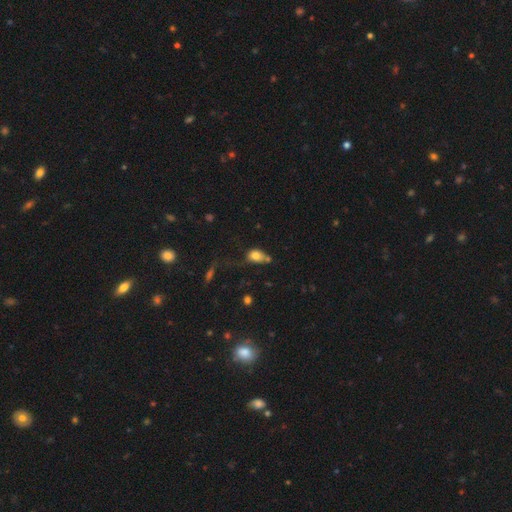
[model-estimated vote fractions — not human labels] Smooth or featured?
  - smooth: 77% *
  - featured or disk: 12%
  - star or artifact: 11%
How rounded?
  - in between: 66% *
  - round: 31%
  - cigar-shaped: 3%
Merging?
  - none: 33% *
  - minor disturbance: 25%
  - major disturbance: 22%
  - merger: 20%